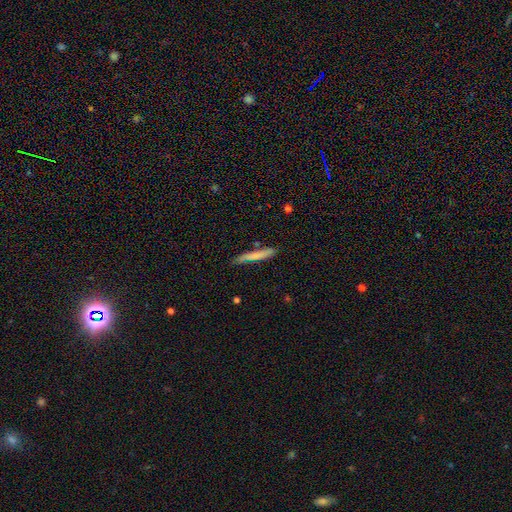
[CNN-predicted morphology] Overall: smooth (70%). How rounded: cigar-shaped (95%). Merging: none (75%).